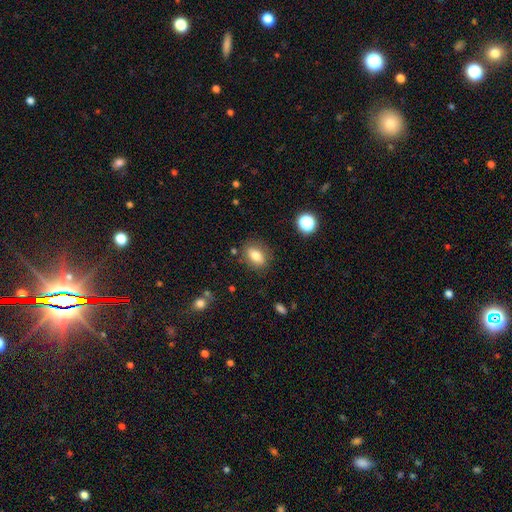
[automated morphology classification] This appears to be a smooth galaxy with no disk features (77%) that is in between round and cigar-shaped (78%). Merging: none (81%).